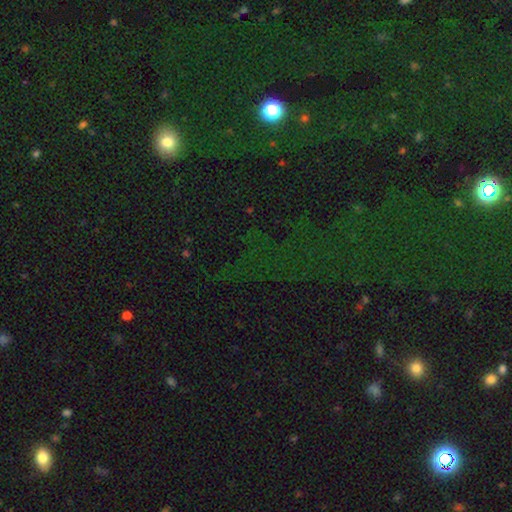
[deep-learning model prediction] This is likely a star or artifact rather than a galaxy (68%).